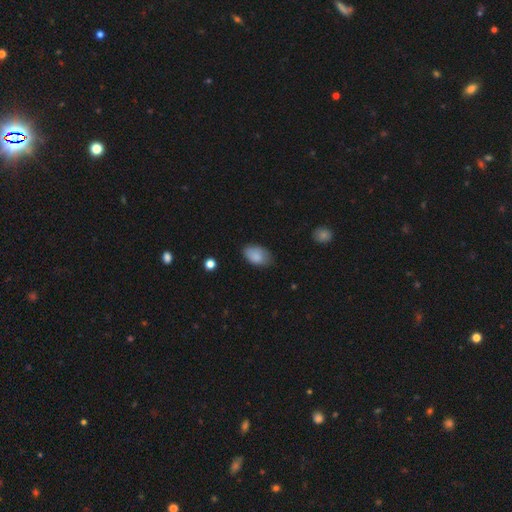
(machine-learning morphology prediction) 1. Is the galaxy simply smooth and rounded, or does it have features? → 85% smooth, 7% star or artifact, 7% featured or disk.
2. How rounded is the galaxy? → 91% in between, 8% round, 1% cigar-shaped.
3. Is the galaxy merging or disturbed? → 70% none, 24% minor disturbance, 5% major disturbance, 1% merger.